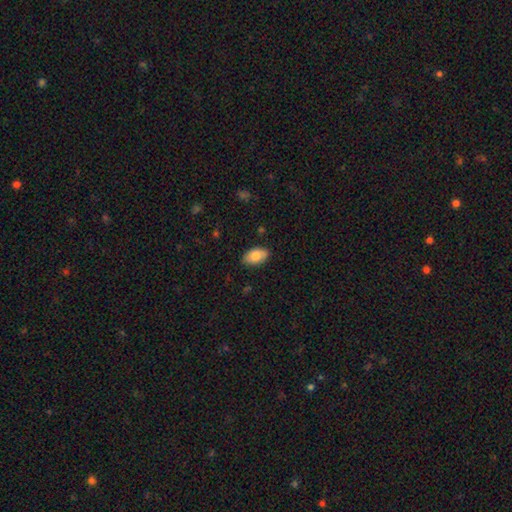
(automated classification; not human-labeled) Smooth or featured? smooth (80%)
How rounded? in between (94%)
Merging? none (84%)